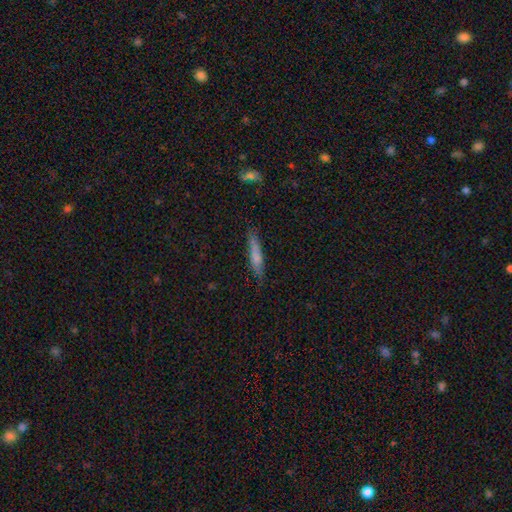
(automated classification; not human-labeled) Smooth or featured? smooth (69%)
How rounded? cigar-shaped (86%)
Merging? none (79%)